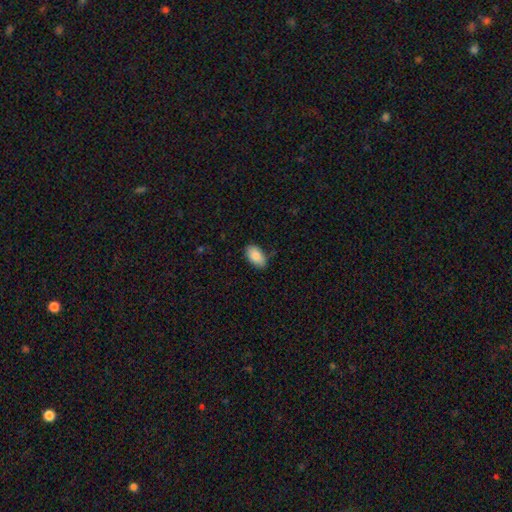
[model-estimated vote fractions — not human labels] A smooth galaxy with no disk features (87%) that is in between round and cigar-shaped (94%). Merging: none (78%).